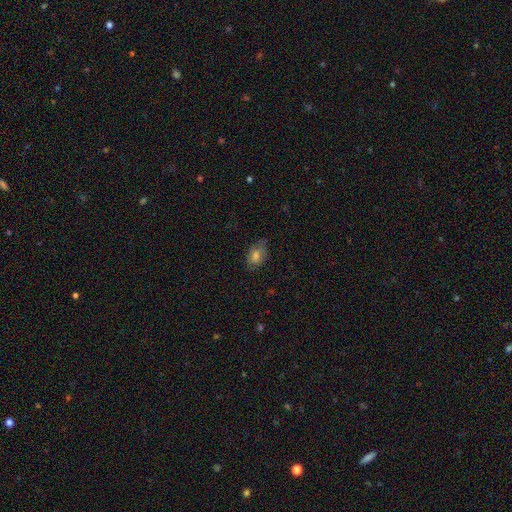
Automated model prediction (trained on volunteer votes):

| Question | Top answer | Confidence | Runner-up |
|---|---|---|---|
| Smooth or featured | smooth | 66% | featured or disk (20%) |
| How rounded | in between | 77% | round (21%) |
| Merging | none | 70% | minor disturbance (22%) |